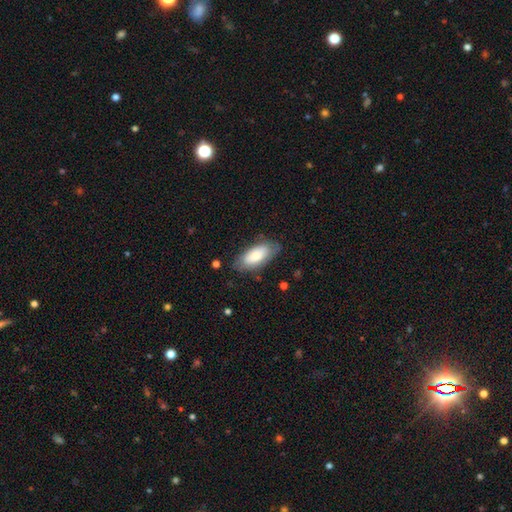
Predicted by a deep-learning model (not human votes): smooth-or-featured: smooth: 74% | featured or disk: 20% | star or artifact: 6%
  how-rounded: in between: 87% | cigar-shaped: 11% | round: 2%
  merging: none: 75% | minor disturbance: 18% | major disturbance: 5% | merger: 1%